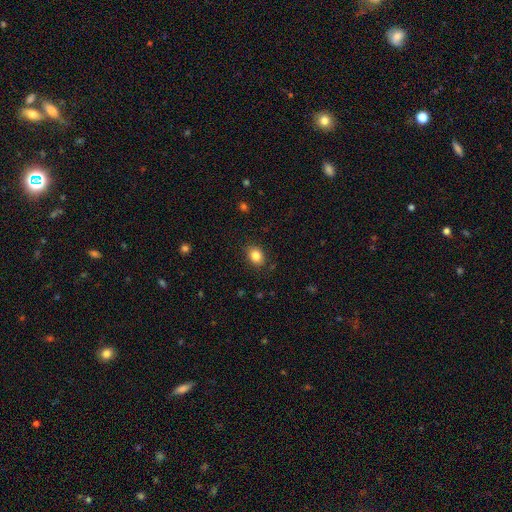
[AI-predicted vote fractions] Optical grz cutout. It shows a smooth galaxy with no disk features (84%) that is in between round and cigar-shaped (61%). Merging: none (86%).